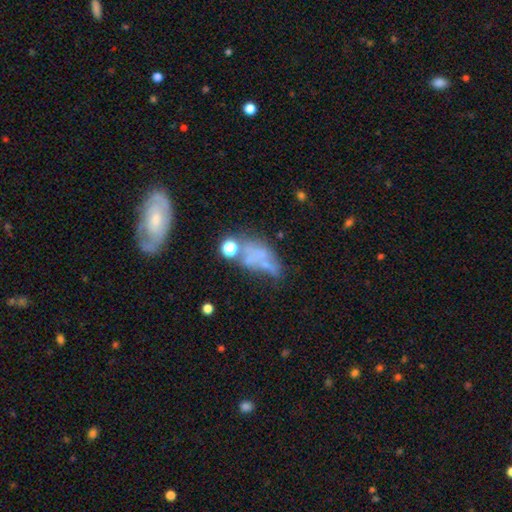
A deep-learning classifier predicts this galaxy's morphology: Smooth or featured? Predicted: featured or disk (p=0.42). Merging? Predicted: none (p=0.30).